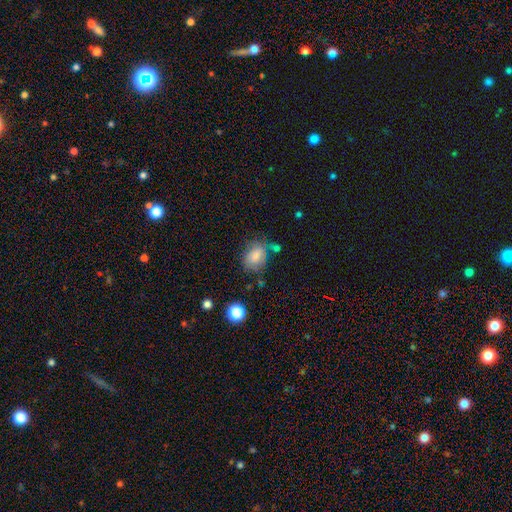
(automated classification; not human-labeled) smooth 75%, featured or disk 16%, star or artifact 9%. Down the decision tree: how rounded — in between (63%); merging — none (62%).